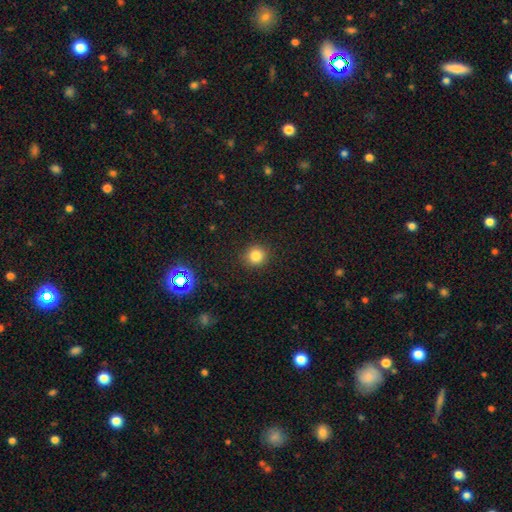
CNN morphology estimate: This appears to be a smooth galaxy with no disk features (83%) that is round (91%). Merging: none (91%).